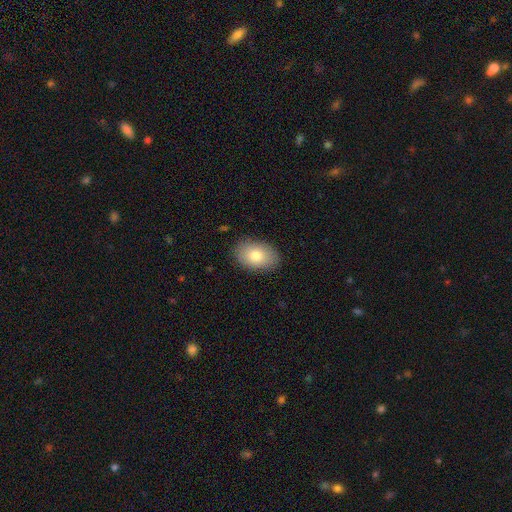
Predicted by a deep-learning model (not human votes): Smooth or featured: smooth — 79% (featured or disk — 13%)
How rounded: in between — 88% (round — 11%)
Merging: none — 87% (minor disturbance — 10%)